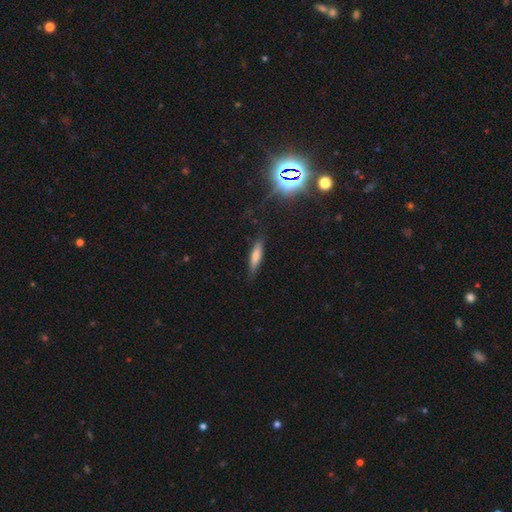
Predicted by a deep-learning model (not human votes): Smooth or featured? Predicted: smooth (p=0.68). How rounded? Predicted: cigar-shaped (p=0.78). Merging? Predicted: none (p=0.83).